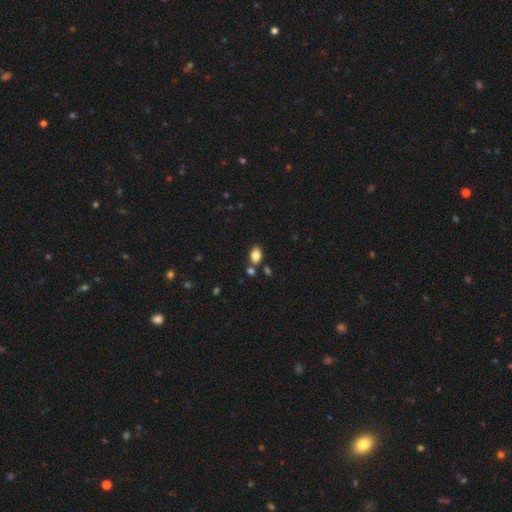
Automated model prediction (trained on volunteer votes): This is clearly a smooth galaxy (83%). How rounded: clearly in between (85%). Merging: likely none (73%).